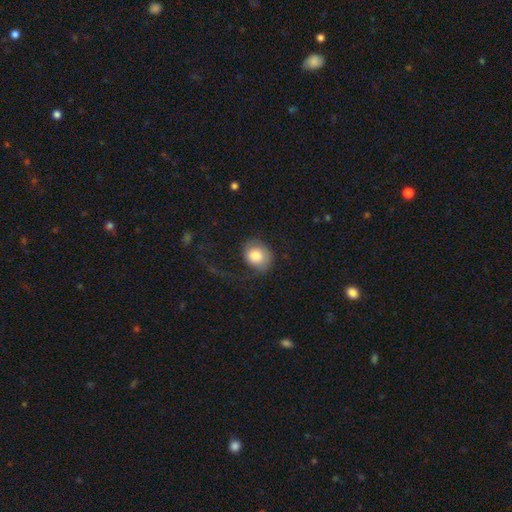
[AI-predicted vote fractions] This appears to be a smooth galaxy with no disk features (80%) that is round (59%). Merging: none (52%).